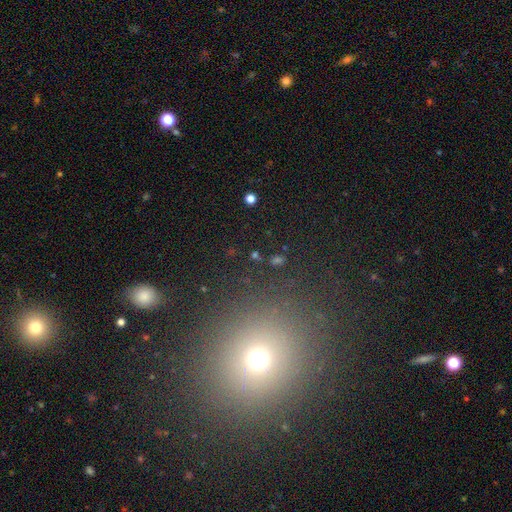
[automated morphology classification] Q: Smooth or featured?
A: star or artifact (46%); runner-up: smooth (40%)